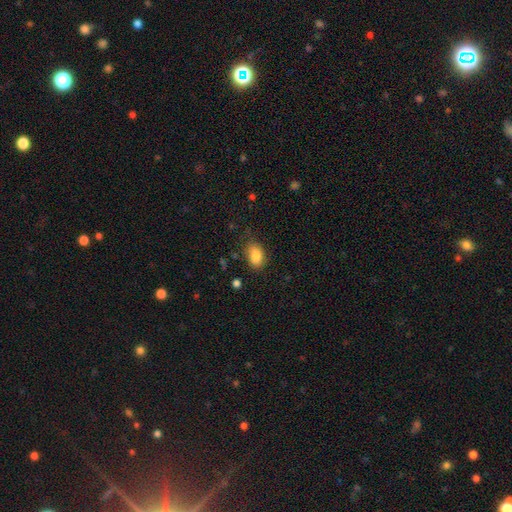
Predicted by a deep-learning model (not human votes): Smooth or featured: smooth — 86% (star or artifact — 9%)
How rounded: in between — 86% (round — 13%)
Merging: none — 70% (minor disturbance — 21%)